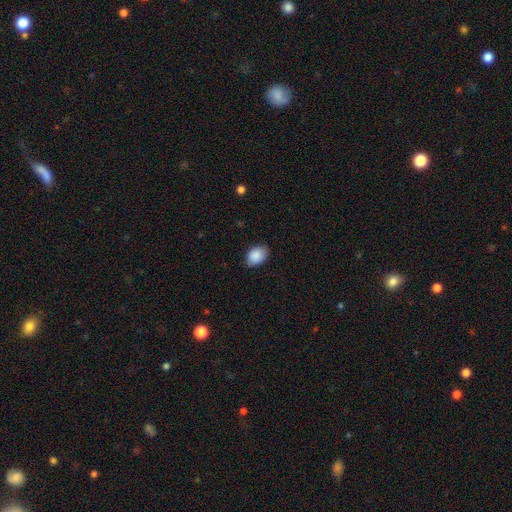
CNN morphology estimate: Smooth or featured?
  - smooth: 89% *
  - star or artifact: 7%
  - featured or disk: 4%
How rounded?
  - in between: 79% *
  - round: 20%
  - cigar-shaped: 1%
Merging?
  - none: 79% *
  - minor disturbance: 17%
  - major disturbance: 3%
  - merger: 1%